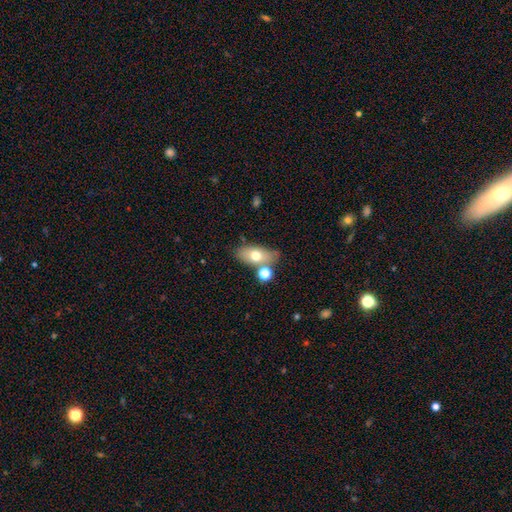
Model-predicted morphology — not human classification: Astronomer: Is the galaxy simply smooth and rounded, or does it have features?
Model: smooth — 67%.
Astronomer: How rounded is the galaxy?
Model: in between — 84%.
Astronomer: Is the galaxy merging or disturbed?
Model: none — 66%.